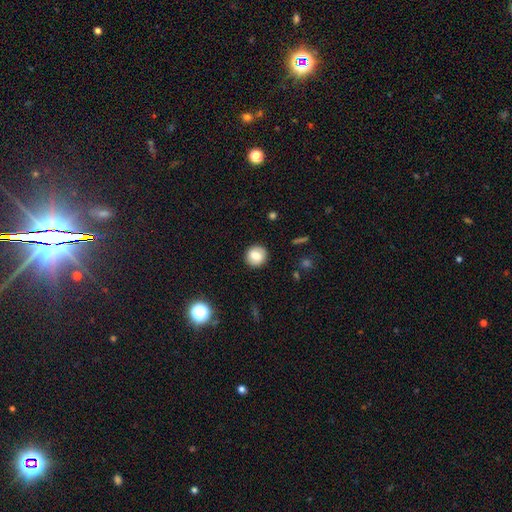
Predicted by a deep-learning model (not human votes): The model was most divided on "smooth or featured": smooth: 79%, featured or disk: 12%, star or artifact: 9%. More confident: merging — none (90%); how rounded — round (89%).